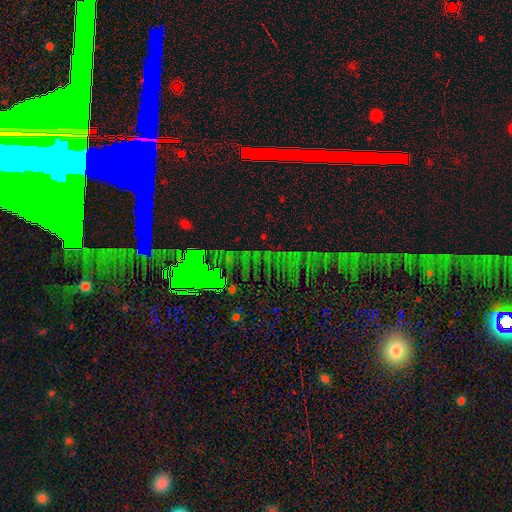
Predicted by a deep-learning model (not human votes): The model was most divided on "smooth or featured": star or artifact: 81%, featured or disk: 10%, smooth: 8%.